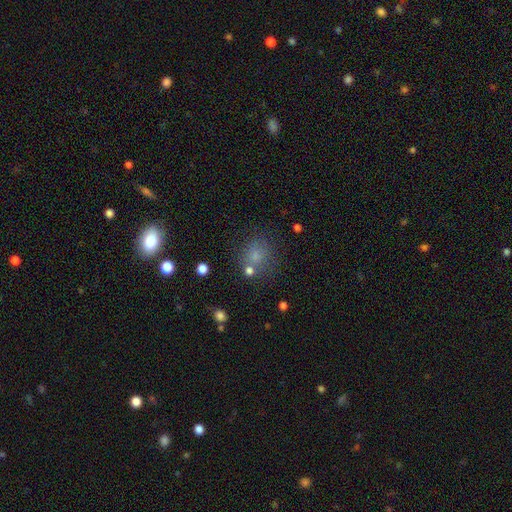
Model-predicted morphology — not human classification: The model was most divided on "smooth or featured": smooth: 71%, star or artifact: 19%, featured or disk: 10%. More confident: how rounded — round (81%); merging — none (69%).